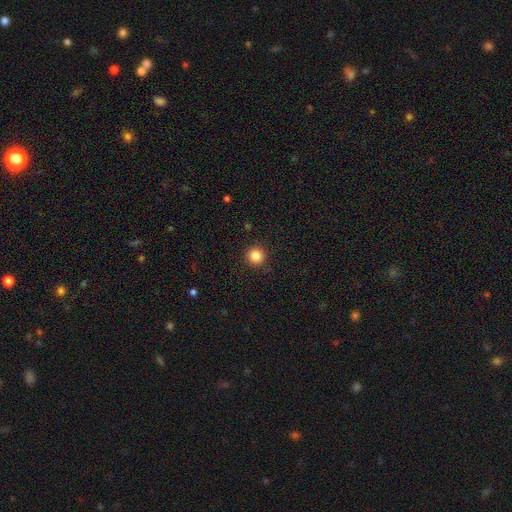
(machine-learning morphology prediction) Smooth or featured: smooth — 84% (star or artifact — 11%)
How rounded: round — 96% (in between — 3%)
Merging: none — 92% (minor disturbance — 5%)